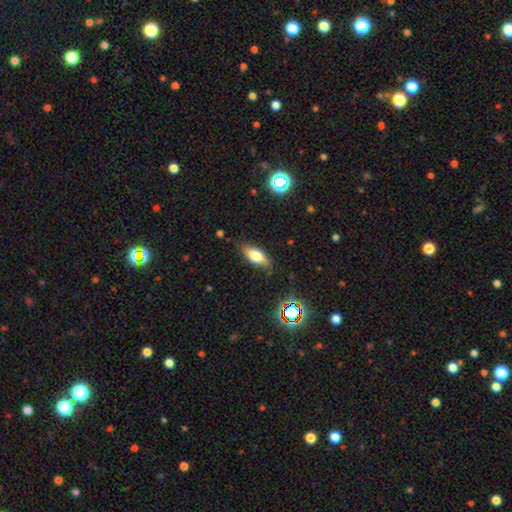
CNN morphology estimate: The model was most divided on "smooth or featured": smooth: 69%, featured or disk: 21%, star or artifact: 10%. More confident: merging — none (83%); how rounded — in between (77%).